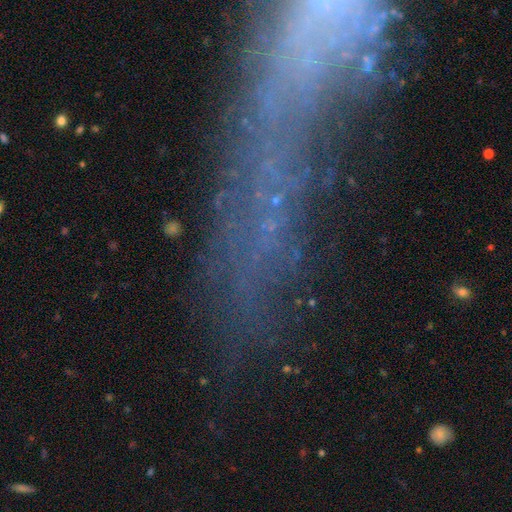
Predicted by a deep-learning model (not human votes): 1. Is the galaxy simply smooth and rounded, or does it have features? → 39% featured or disk, 36% star or artifact, 25% smooth.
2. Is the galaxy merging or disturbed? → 55% none, 18% minor disturbance, 16% major disturbance, 11% merger.